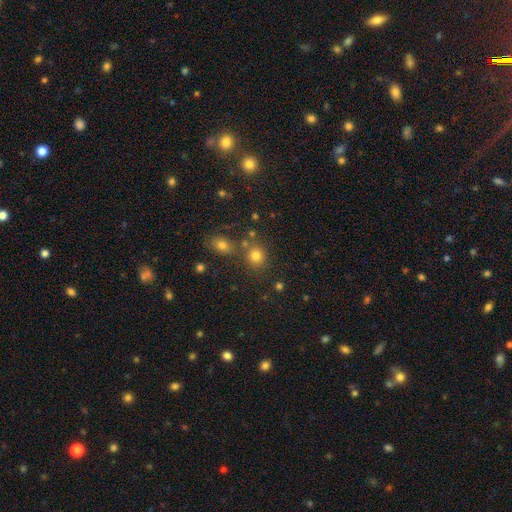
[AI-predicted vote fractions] Smooth or featured? Predicted: smooth (p=0.77). How rounded? Predicted: round (p=0.80). Merging? Predicted: none (p=0.70).